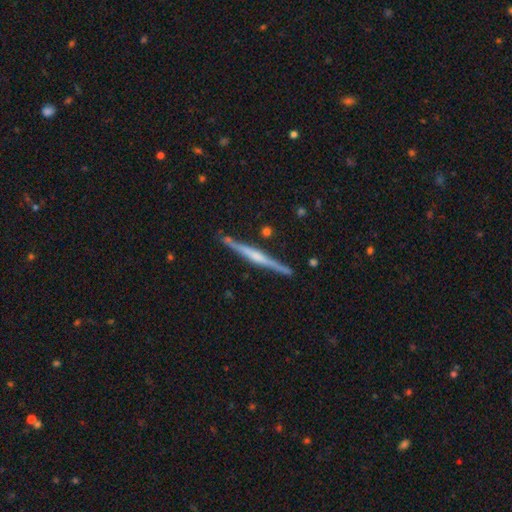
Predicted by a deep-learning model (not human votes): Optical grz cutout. It shows a featured or disk galaxy (76%) viewed edge-on (98%) with a rounded central bulge (58%). Merging: none (88%).